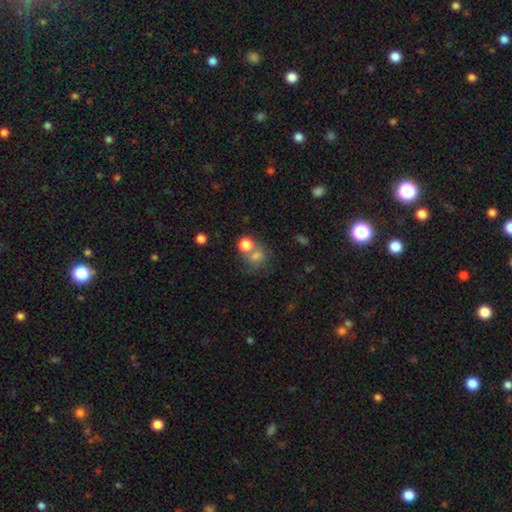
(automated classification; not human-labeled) smooth 66%, star or artifact 17%, featured or disk 16%. Down the decision tree: how rounded — round (73%); merging — none (46%).